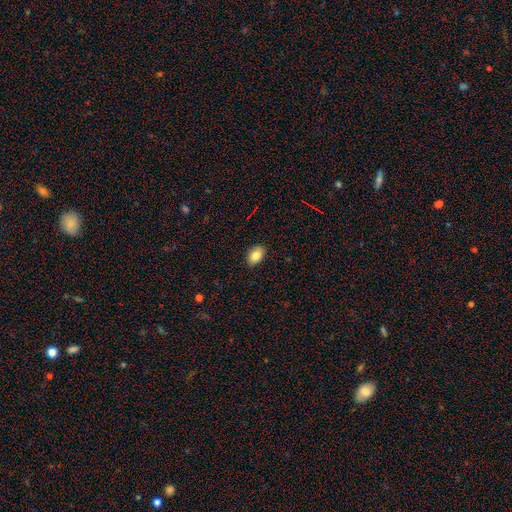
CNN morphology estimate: Q: Smooth or featured?
A: smooth (84%); runner-up: featured or disk (8%)
Q: How rounded?
A: in between (87%); runner-up: round (12%)
Q: Merging?
A: none (87%); runner-up: minor disturbance (10%)